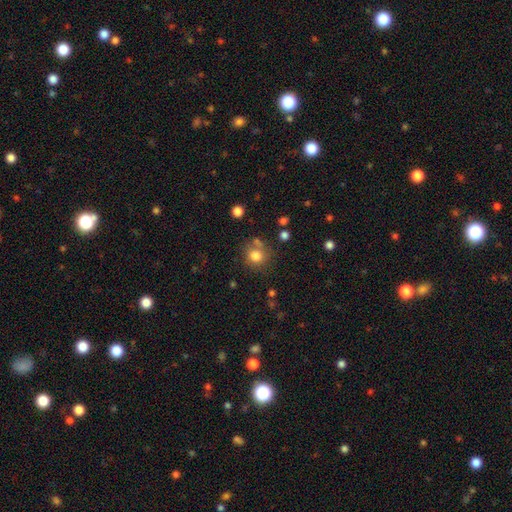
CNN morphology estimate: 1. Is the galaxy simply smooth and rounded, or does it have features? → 80% smooth, 12% star or artifact, 8% featured or disk.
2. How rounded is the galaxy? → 82% round, 17% in between, 1% cigar-shaped.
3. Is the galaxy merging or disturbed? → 65% none, 15% minor disturbance, 14% merger, 6% major disturbance.